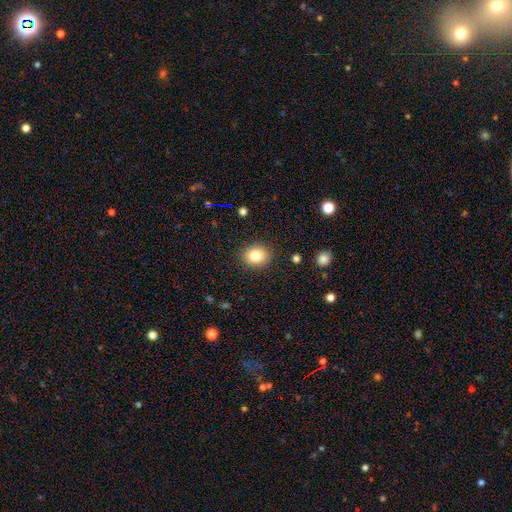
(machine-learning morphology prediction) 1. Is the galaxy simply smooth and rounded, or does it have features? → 83% smooth, 10% star or artifact, 7% featured or disk.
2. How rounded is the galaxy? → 63% round, 36% in between, 1% cigar-shaped.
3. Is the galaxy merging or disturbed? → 89% none, 8% minor disturbance, 2% major disturbance, 1% merger.